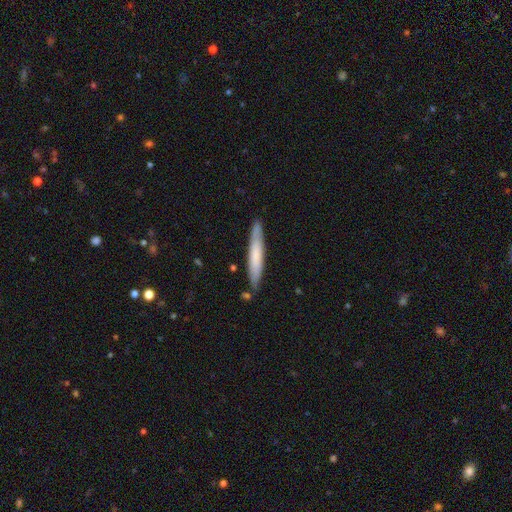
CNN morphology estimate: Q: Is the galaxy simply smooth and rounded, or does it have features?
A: smooth — 64%.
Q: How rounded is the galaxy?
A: cigar-shaped — 94%.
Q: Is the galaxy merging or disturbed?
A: none — 84%.